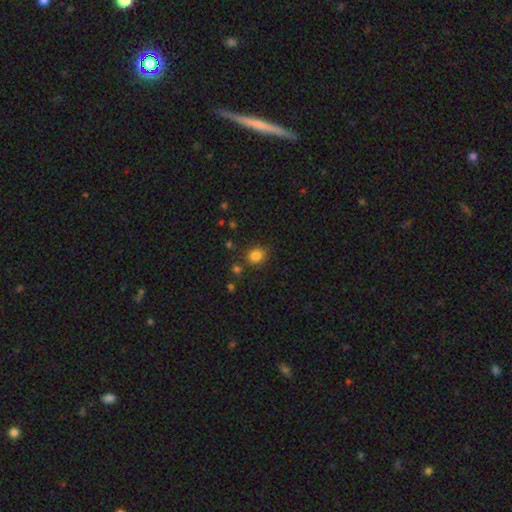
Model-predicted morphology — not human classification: Smooth or featured? smooth (83%)
How rounded? round (57%)
Merging? none (78%)